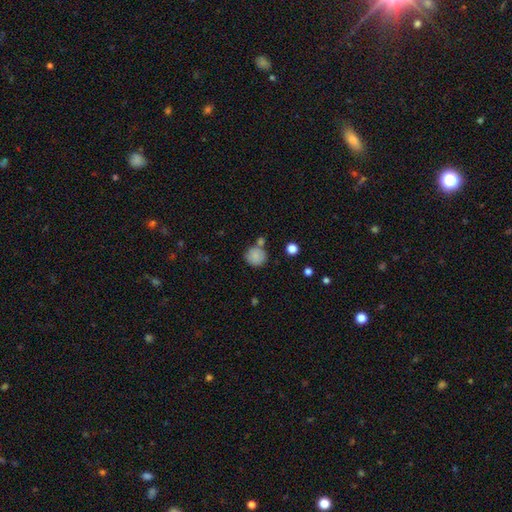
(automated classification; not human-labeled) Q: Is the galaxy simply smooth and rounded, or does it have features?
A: smooth — 85%.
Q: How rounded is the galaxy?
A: round — 90%.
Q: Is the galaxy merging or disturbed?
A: none — 65%.